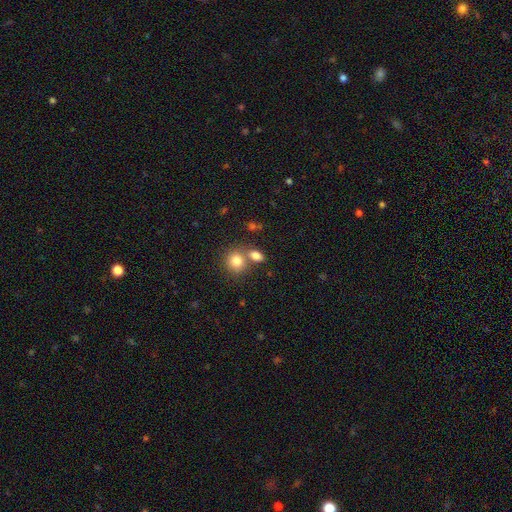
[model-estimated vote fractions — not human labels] smooth 80%, star or artifact 11%, featured or disk 9%. Down the decision tree: how rounded — in between (72%); merging — none (49%).